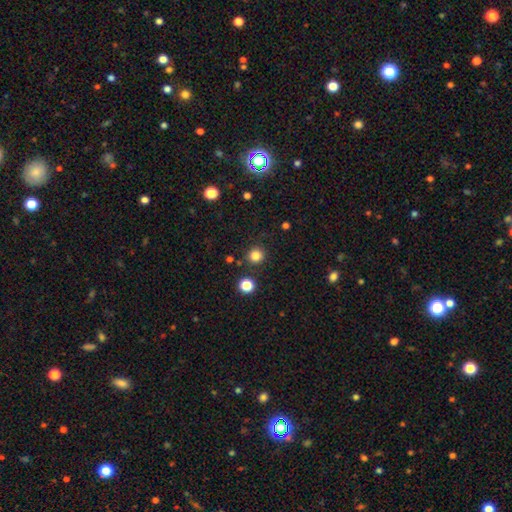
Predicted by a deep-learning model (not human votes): The model was most divided on "smooth or featured": smooth: 82%, star or artifact: 13%, featured or disk: 4%. More confident: how rounded — round (93%); merging — none (86%).